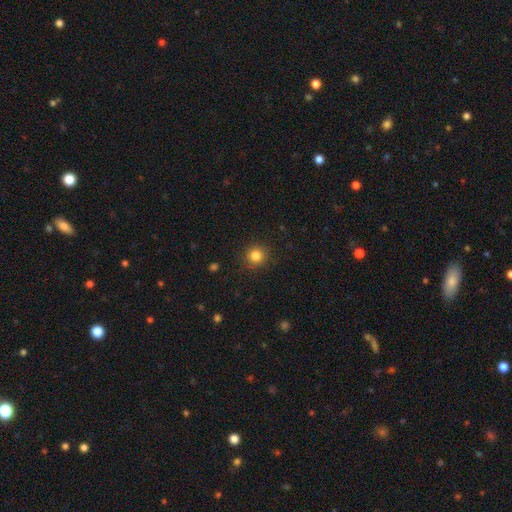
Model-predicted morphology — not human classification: Overall: smooth (84%). How rounded: round (93%). Merging: none (90%).